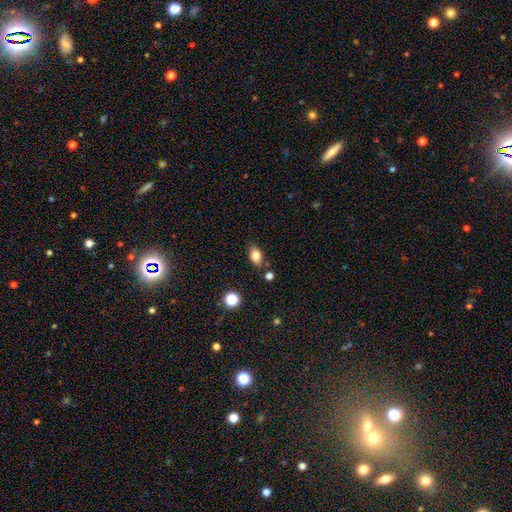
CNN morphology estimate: smooth-or-featured: smooth: 81% | star or artifact: 10% | featured or disk: 8%
  how-rounded: in between: 83% | round: 14% | cigar-shaped: 2%
  merging: none: 79% | minor disturbance: 13% | merger: 5% | major disturbance: 3%